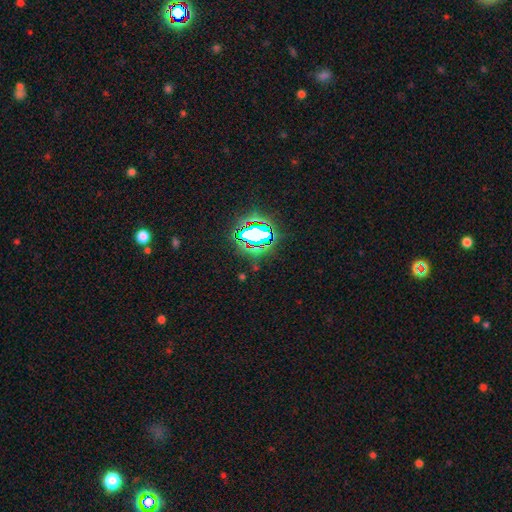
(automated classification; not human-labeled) This appears to be a star or artifact, not a galaxy (77%).